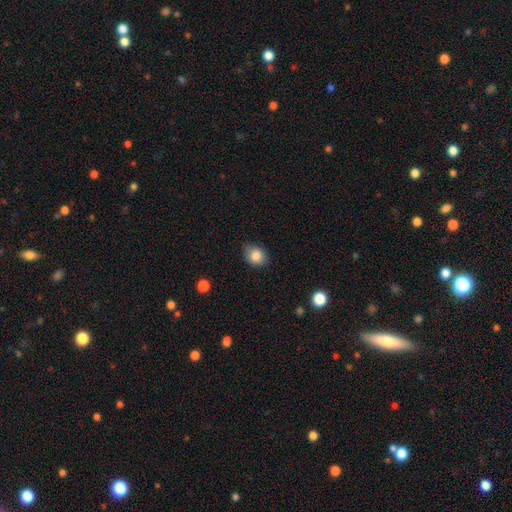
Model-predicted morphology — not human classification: Smooth or featured? Predicted: smooth (p=0.85). How rounded? Predicted: round (p=0.51). Merging? Predicted: none (p=0.76).